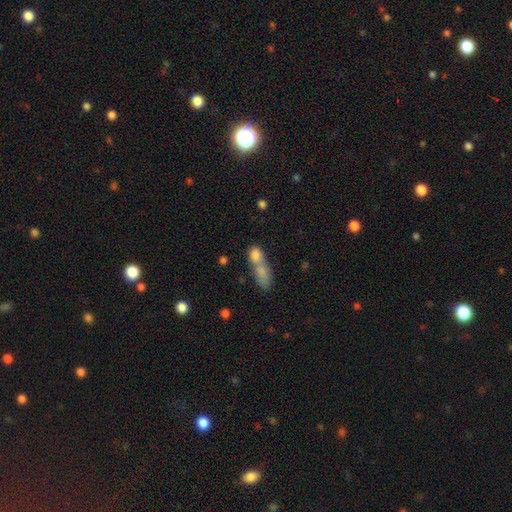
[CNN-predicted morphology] smooth-or-featured: smooth: 77% | featured or disk: 14% | star or artifact: 9%
  how-rounded: in between: 63% | round: 23% | cigar-shaped: 14%
  merging: merger: 69% | none: 19% | minor disturbance: 7% | major disturbance: 5%